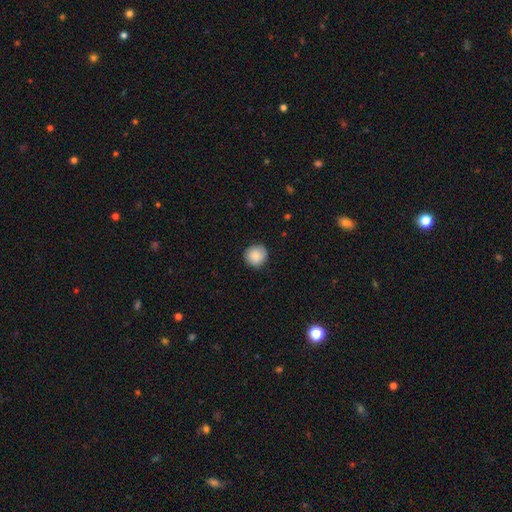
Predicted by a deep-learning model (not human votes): Smooth or featured? Predicted: smooth (p=0.86). How rounded? Predicted: round (p=0.92). Merging? Predicted: none (p=0.86).